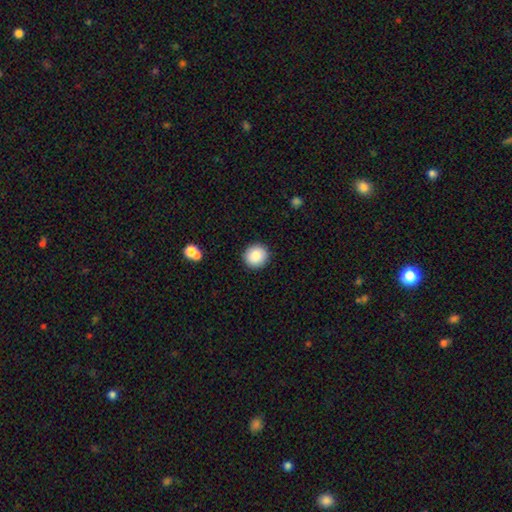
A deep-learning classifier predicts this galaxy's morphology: Overall: smooth (88%). How rounded: round (91%). Merging: none (91%).